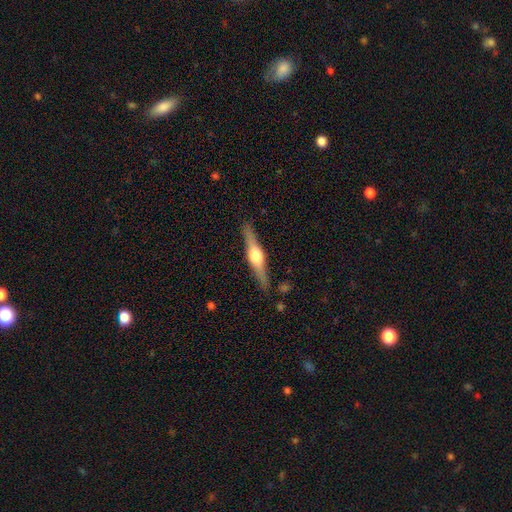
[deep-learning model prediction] Morphology: type=featured or disk (74%); edge-on=yes (97%); edge-on bulge=rounded (92%); merging=none (88%).